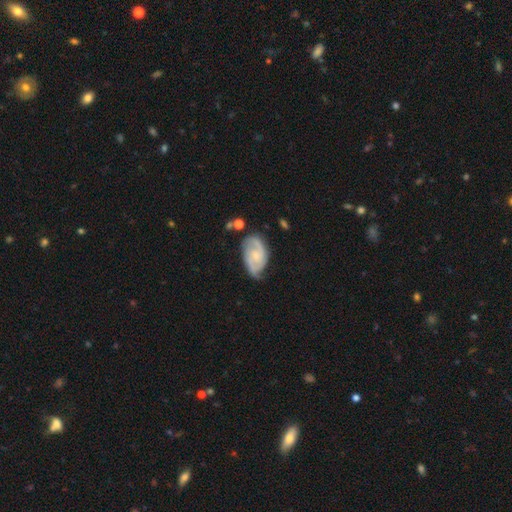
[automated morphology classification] featured or disk 80%, smooth 15%, star or artifact 5%. Down the decision tree: edge-on disk — no (97%); bar — no (59%); spiral arms — yes (95%); spiral arm count — 2 (72%); spiral winding — medium (45%); bulge size — small (67%); merging — none (63%).